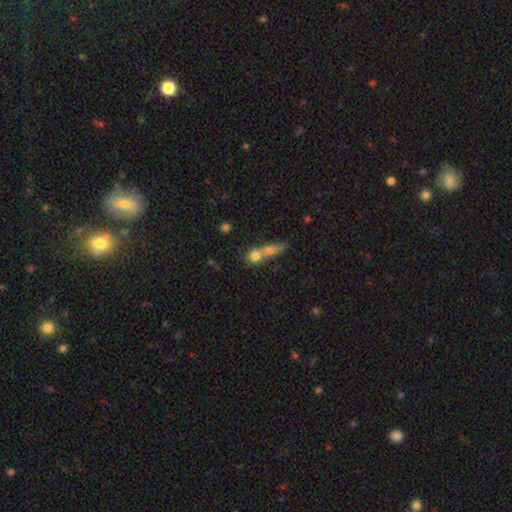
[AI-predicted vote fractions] Smooth or featured? Predicted: smooth (p=0.71). How rounded? Predicted: round (p=0.62). Merging? Predicted: merger (p=0.66).